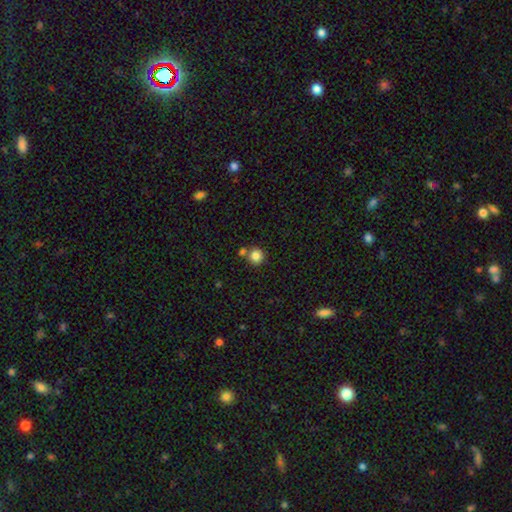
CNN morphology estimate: Smooth or featured: smooth — 84% (star or artifact — 10%)
How rounded: round — 92% (in between — 7%)
Merging: none — 69% (merger — 20%)